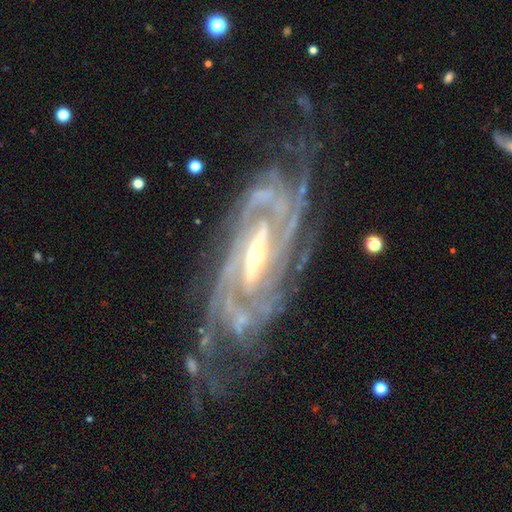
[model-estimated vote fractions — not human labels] A featured or disk galaxy (92%) with a strong bar (50%), 4 (22%) tight (67%) spiral arms (98%) and a small central bulge (52%).

Vote fractions:
- Smooth or featured? featured or disk: 92% / star or artifact: 5% / smooth: 3%
- Edge-on disk? no: 93% / yes: 7%
- Bar? strong: 50% / weak: 32% / no: 18%
- Spiral arms? yes: 98% / no: 2%
- Spiral winding? tight: 67% / medium: 28% / loose: 5%
- Spiral arm count? 4: 22% / 3: 21% / 2: 20% / can't tell: 19% / more than 4: 11% / 1: 7%
- Bulge size? small: 52% / moderate: 43% / large: 3% / none: 1% / dominant: 1%
- Merging? none: 69% / minor disturbance: 19% / major disturbance: 11% / merger: 2%